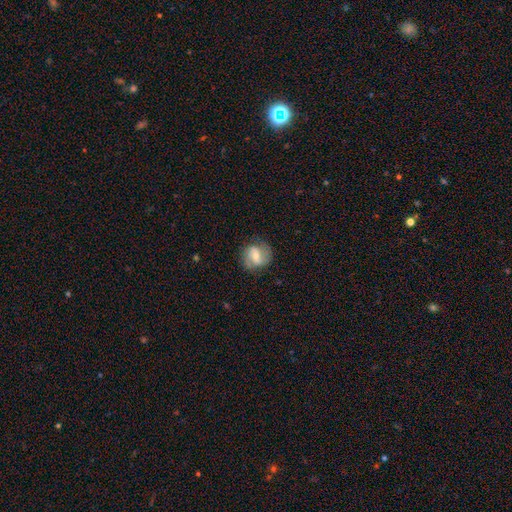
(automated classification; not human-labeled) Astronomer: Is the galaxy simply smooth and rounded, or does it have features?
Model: featured or disk — 59% (runner-up: smooth, 34%).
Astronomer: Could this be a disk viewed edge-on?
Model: no — 97%.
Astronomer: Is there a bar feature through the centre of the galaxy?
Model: weak — 46% (runner-up: strong, 28%).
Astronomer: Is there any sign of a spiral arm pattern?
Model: yes — 82%.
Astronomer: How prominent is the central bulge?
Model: moderate — 47% (runner-up: small, 46%).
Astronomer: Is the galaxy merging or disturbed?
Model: none — 75%.